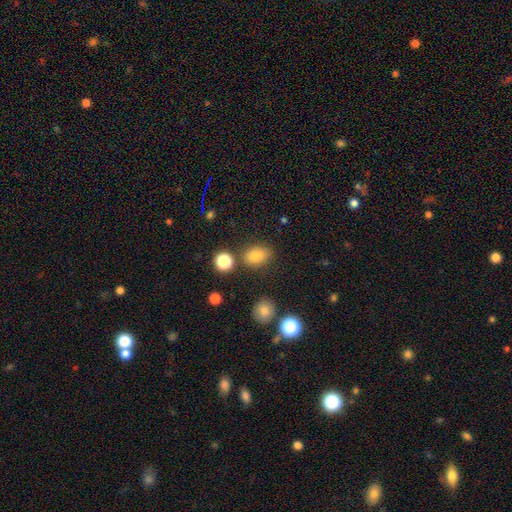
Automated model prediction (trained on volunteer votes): smooth 80%, star or artifact 13%, featured or disk 7%. Down the decision tree: how rounded — in between (74%); merging — none (79%).